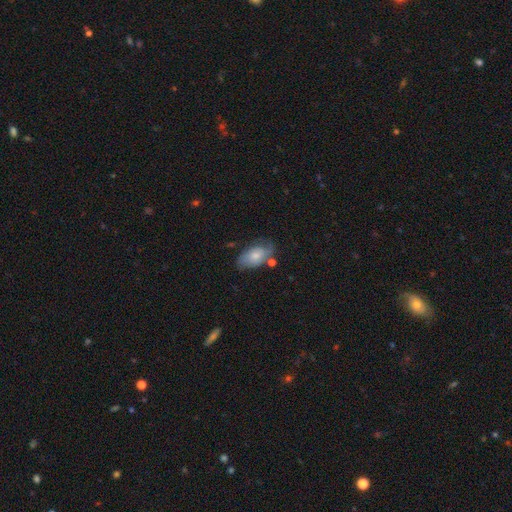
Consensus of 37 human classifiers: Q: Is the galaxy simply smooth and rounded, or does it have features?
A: smooth — 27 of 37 (73%).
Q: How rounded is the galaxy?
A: in between — 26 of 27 (96%).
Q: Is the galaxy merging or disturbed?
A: none — 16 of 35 (46%).